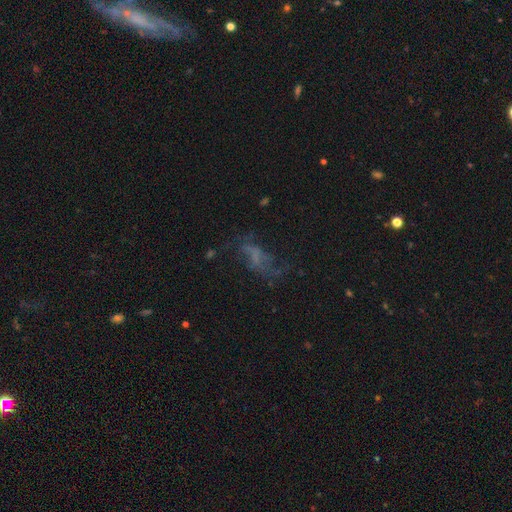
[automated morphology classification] Smooth or featured?
  - featured or disk: 46% *
  - smooth: 32%
  - star or artifact: 22%
Merging?
  - none: 42% *
  - major disturbance: 35%
  - minor disturbance: 19%
  - merger: 4%